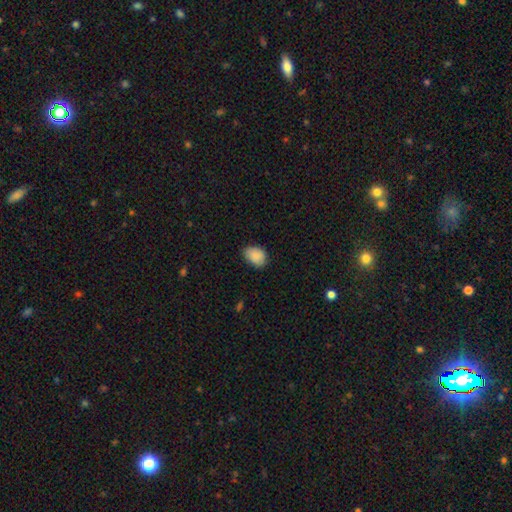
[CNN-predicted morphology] This appears to be a smooth galaxy with no disk features (88%) that is in between round and cigar-shaped (74%). Merging: none (75%).